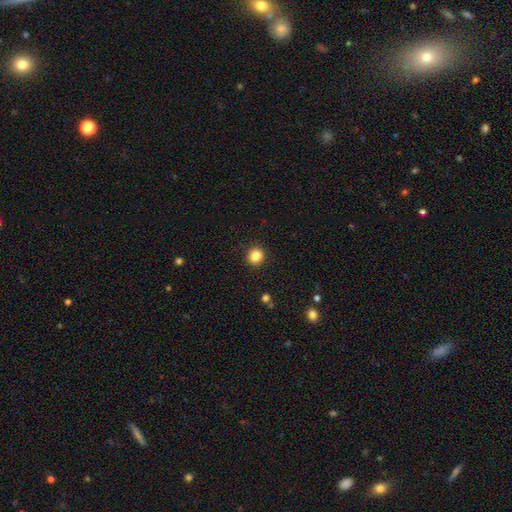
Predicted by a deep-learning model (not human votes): Q: Smooth or featured?
A: smooth (86%); runner-up: star or artifact (10%)
Q: How rounded?
A: round (86%); runner-up: in between (13%)
Q: Merging?
A: none (90%); runner-up: minor disturbance (6%)